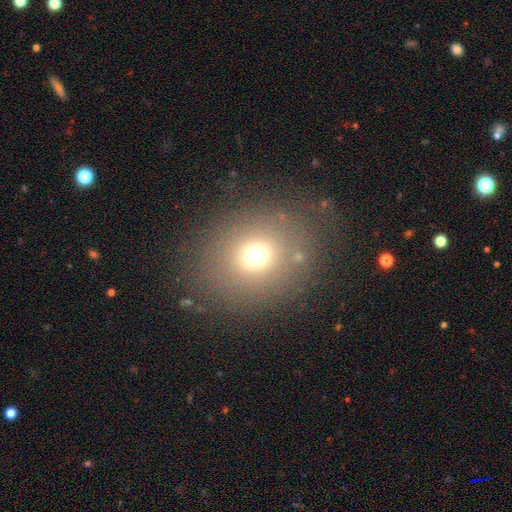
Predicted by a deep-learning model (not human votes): Smooth or featured: smooth — 67% (star or artifact — 23%)
How rounded: round — 81% (in between — 18%)
Merging: none — 84% (minor disturbance — 8%)